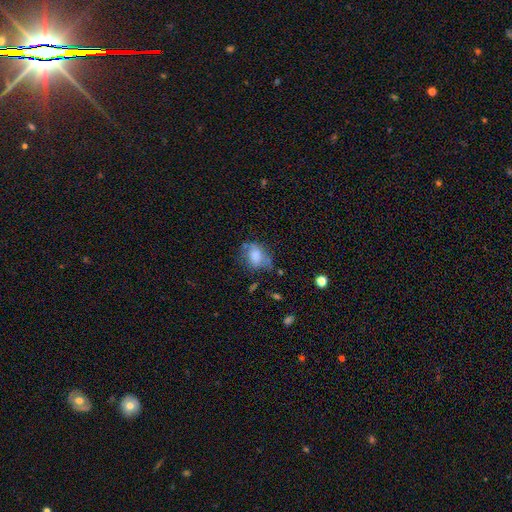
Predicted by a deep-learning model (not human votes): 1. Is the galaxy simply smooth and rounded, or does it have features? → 71% smooth, 19% featured or disk, 10% star or artifact.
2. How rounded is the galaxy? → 65% in between, 34% round, 1% cigar-shaped.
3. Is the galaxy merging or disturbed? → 46% none, 31% minor disturbance, 18% major disturbance, 5% merger.